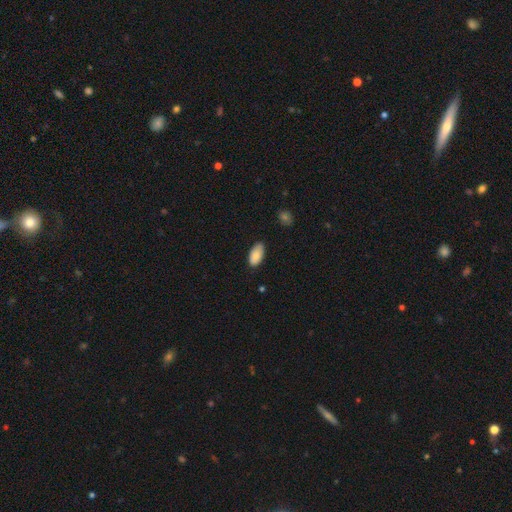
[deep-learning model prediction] Smooth or featured? smooth (84%)
How rounded? in between (94%)
Merging? none (77%)